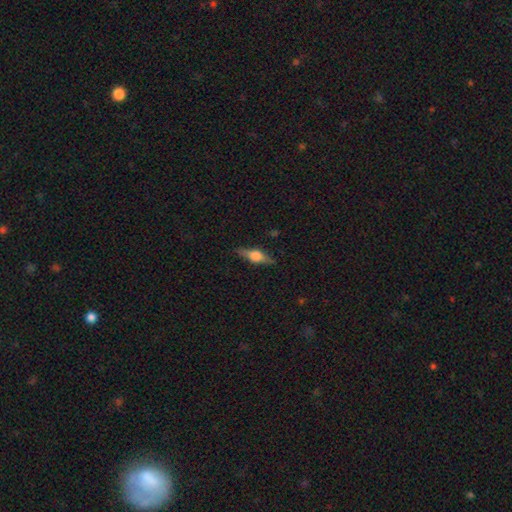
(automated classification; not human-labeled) Smooth or featured: featured or disk — 61% (smooth — 31%)
Edge-on disk: yes — 96% (no — 4%)
Edge-on bulge: rounded — 89% (boxy — 9%)
Merging: none — 86% (minor disturbance — 11%)